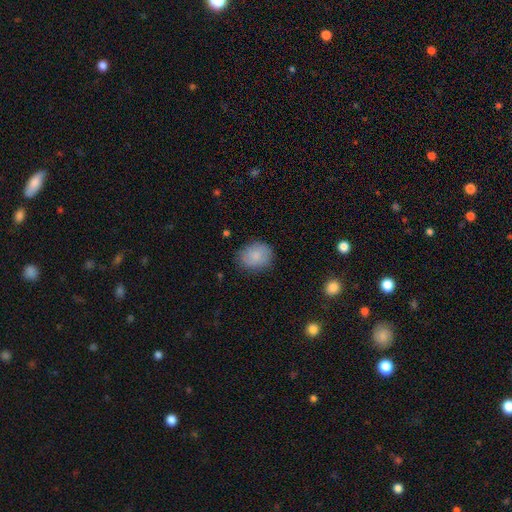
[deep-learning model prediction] Smooth or featured?
  - smooth: 84% *
  - featured or disk: 9%
  - star or artifact: 7%
How rounded?
  - round: 57% *
  - in between: 42%
  - cigar-shaped: 1%
Merging?
  - none: 78% *
  - minor disturbance: 17%
  - major disturbance: 4%
  - merger: 1%